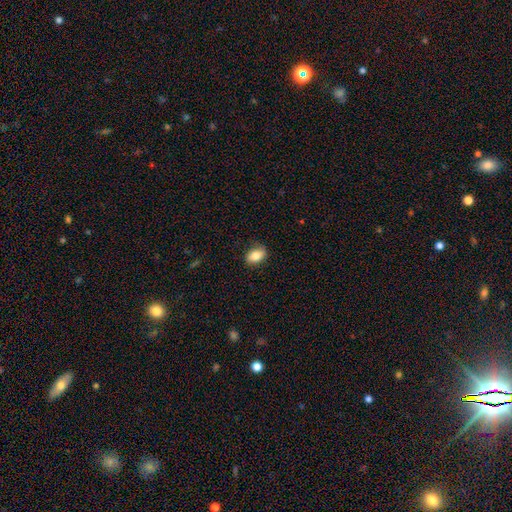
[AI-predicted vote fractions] This appears to be a smooth galaxy with no disk features (83%) that is in between round and cigar-shaped (84%). Merging: none (82%).